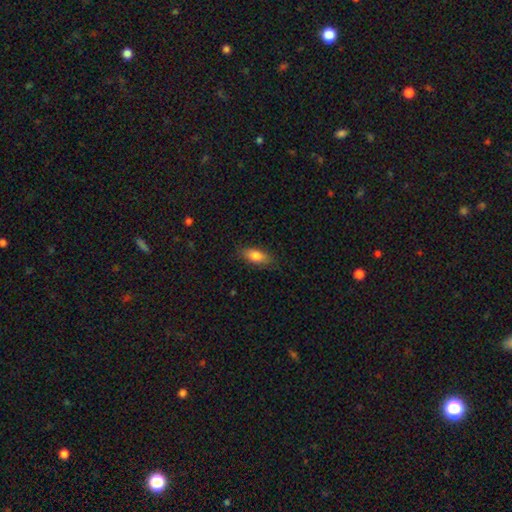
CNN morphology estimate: Smooth or featured? Predicted: smooth (p=0.82). How rounded? Predicted: in between (p=0.83). Merging? Predicted: none (p=0.82).